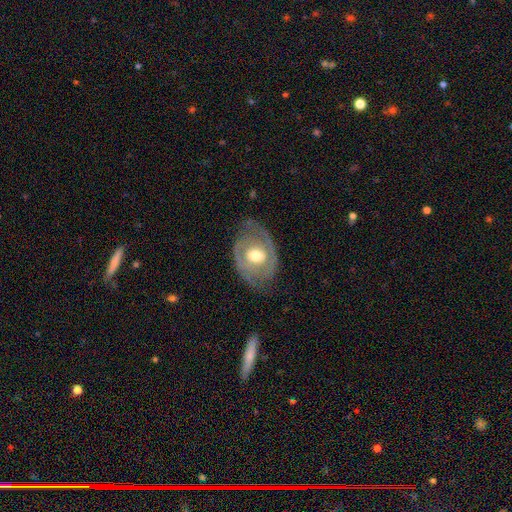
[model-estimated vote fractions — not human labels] This is likely a featured or disk galaxy (74%). It is clearly not viewed edge-on (95%). Bar: likely no (61%). Spiral arm pattern: likely yes (71%). Spiral arm count: likely 2 (66%). Spiral winding: possibly tight (51%). Central bulge: likely moderate (71%). Merging: likely none (68%).